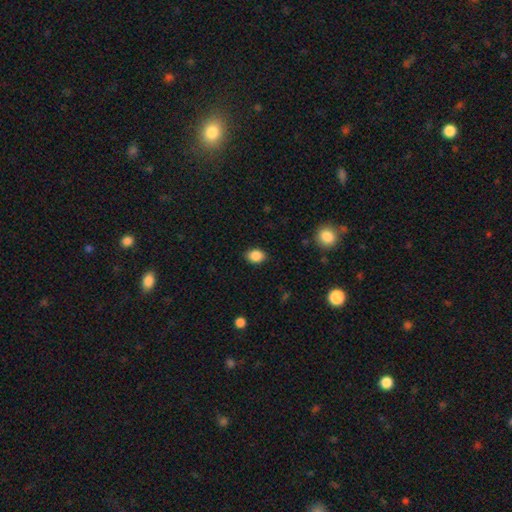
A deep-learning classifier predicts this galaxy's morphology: A smooth galaxy with no disk features (88%) that is in between round and cigar-shaped (71%). Merging: none (87%).